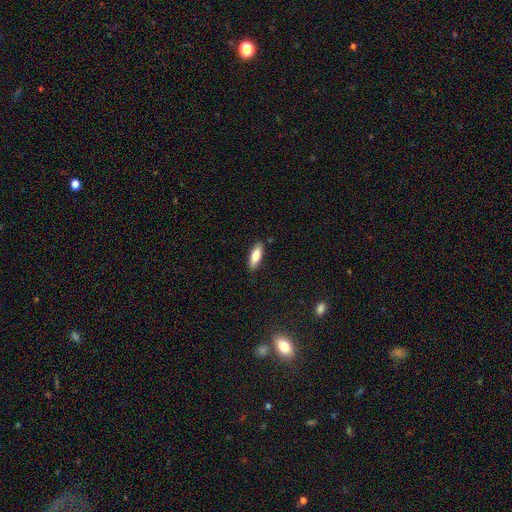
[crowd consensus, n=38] Overall: smooth (79%). How rounded: cigar-shaped (50%; in between 47%). Merging: none (79%).